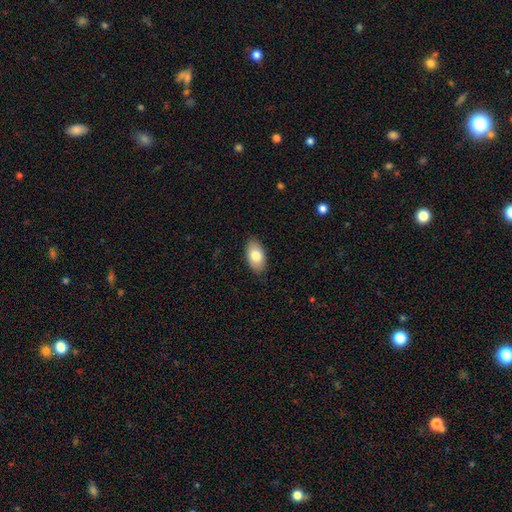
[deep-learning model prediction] Smooth or featured?
  - smooth: 80% *
  - featured or disk: 14%
  - star or artifact: 6%
How rounded?
  - in between: 94% *
  - round: 5%
  - cigar-shaped: 2%
Merging?
  - none: 85% *
  - minor disturbance: 12%
  - major disturbance: 2%
  - merger: 1%